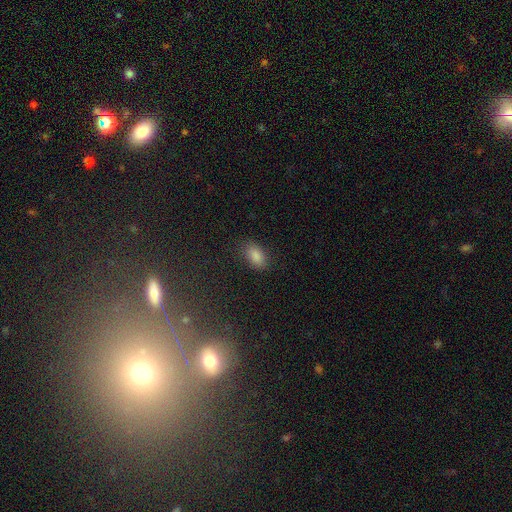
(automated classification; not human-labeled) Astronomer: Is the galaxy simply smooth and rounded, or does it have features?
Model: smooth — 86%.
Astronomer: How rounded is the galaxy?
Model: in between — 91%.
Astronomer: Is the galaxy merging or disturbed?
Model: none — 83%.